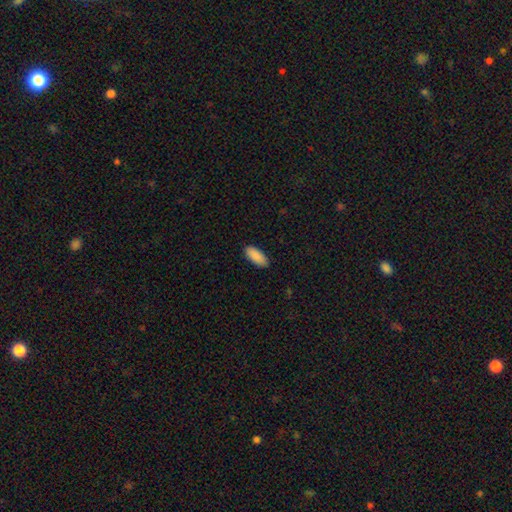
Morphology: type=smooth (97%); roundness=in between (86%); merging=none (97%).